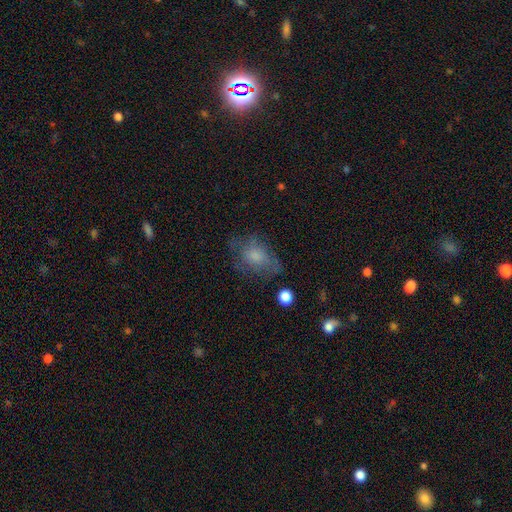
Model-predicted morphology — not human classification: smooth-or-featured: smooth: 62% | featured or disk: 27% | star or artifact: 11%
  how-rounded: in between: 73% | round: 25% | cigar-shaped: 2%
  merging: none: 50% | minor disturbance: 26% | major disturbance: 21% | merger: 3%